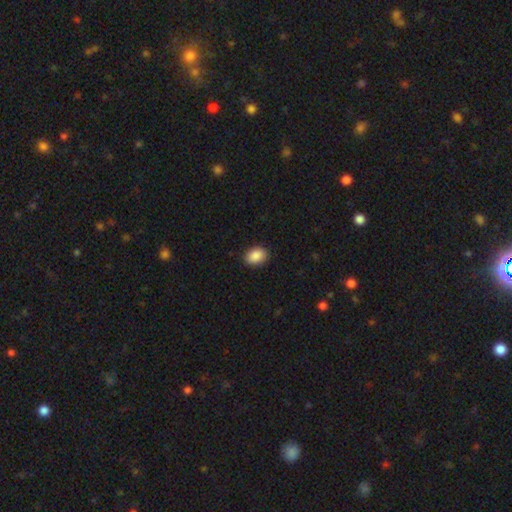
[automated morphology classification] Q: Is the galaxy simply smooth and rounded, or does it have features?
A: smooth — 89%.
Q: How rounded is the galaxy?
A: in between — 78%.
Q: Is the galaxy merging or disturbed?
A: none — 89%.